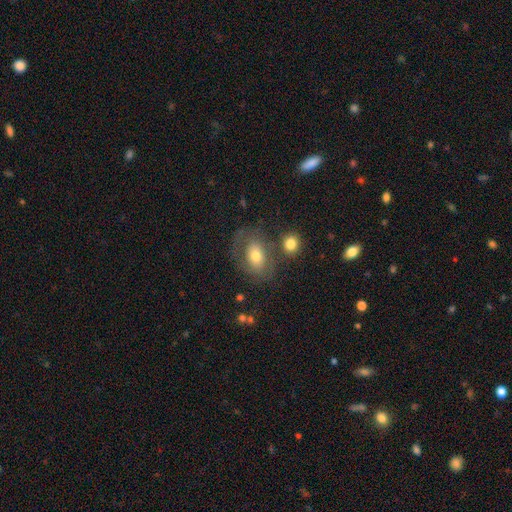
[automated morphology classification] This appears to be a smooth galaxy with no disk features (56%) that is in between round and cigar-shaped (74%). Merging: none (55%).